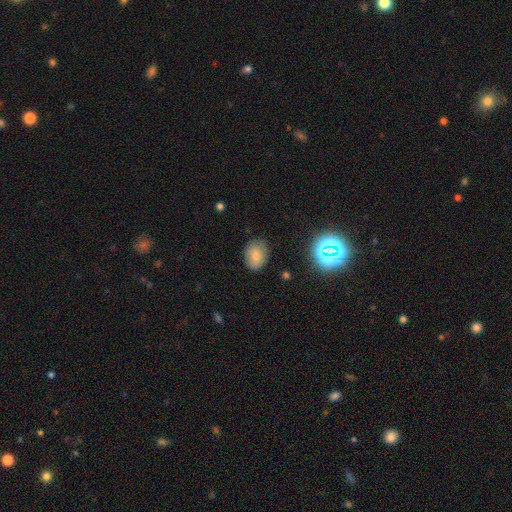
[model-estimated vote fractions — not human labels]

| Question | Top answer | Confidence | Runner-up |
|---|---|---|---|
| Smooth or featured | smooth | 71% | featured or disk (16%) |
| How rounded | in between | 62% | round (37%) |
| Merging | none | 79% | minor disturbance (16%) |